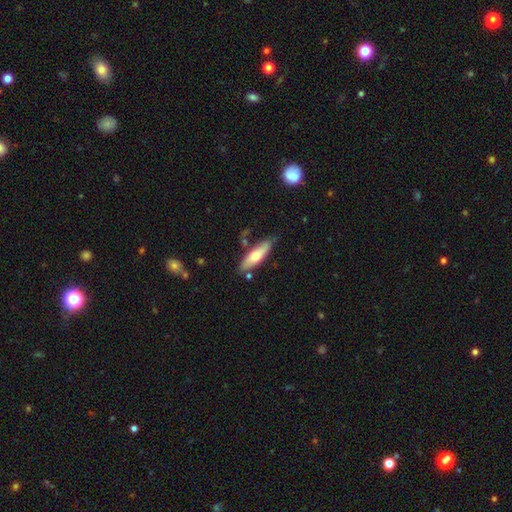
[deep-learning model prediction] Smooth or featured?
  - smooth: 63% *
  - featured or disk: 32%
  - star or artifact: 5%
How rounded?
  - cigar-shaped: 54% *
  - in between: 45%
  - round: 2%
Merging?
  - none: 76% *
  - minor disturbance: 16%
  - merger: 5%
  - major disturbance: 3%